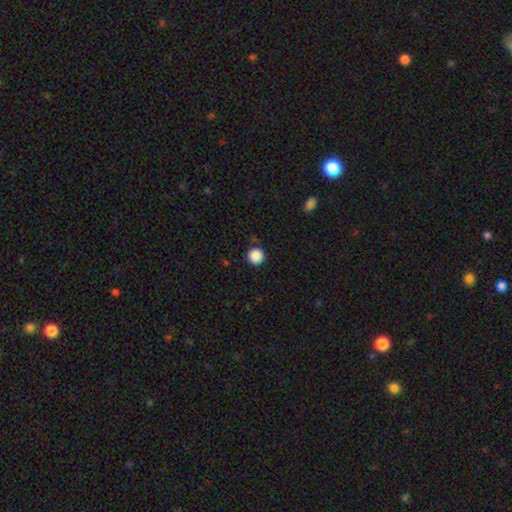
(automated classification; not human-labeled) smooth-or-featured: smooth: 87% | star or artifact: 10% | featured or disk: 2%
  how-rounded: round: 96% | in between: 3% | cigar-shaped: 1%
  merging: none: 90% | minor disturbance: 6% | major disturbance: 2% | merger: 2%